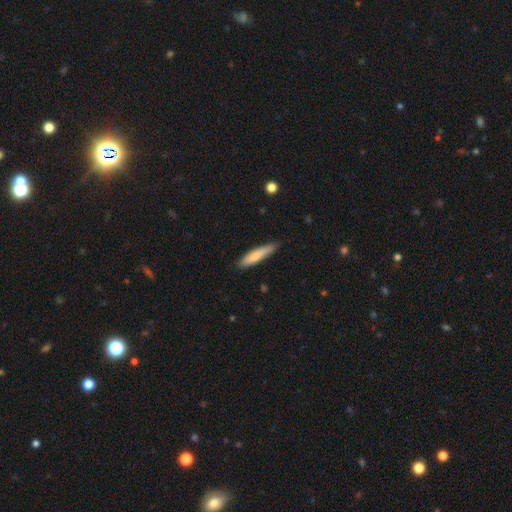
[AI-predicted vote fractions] Morphology: type=smooth (77%); roundness=cigar-shaped (83%); merging=none (80%).